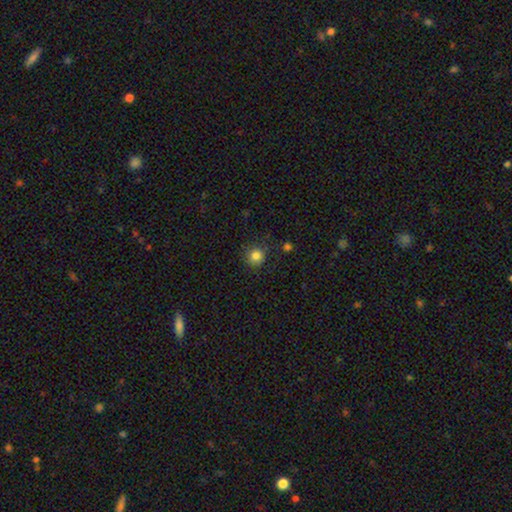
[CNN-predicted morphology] This is clearly a smooth galaxy (83%). How rounded: clearly round (94%). Merging: clearly none (87%).